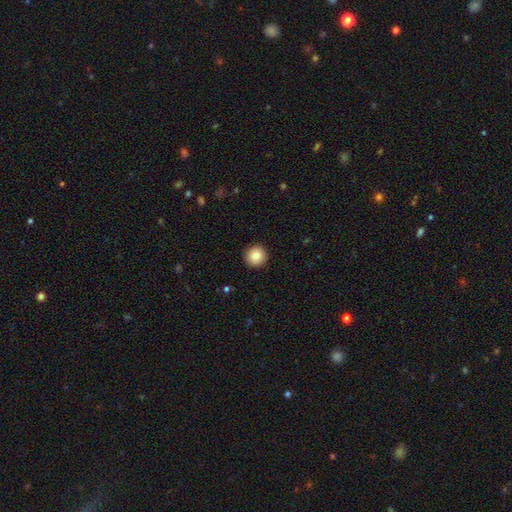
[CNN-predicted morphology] Q: Smooth or featured?
A: smooth (85%); runner-up: star or artifact (9%)
Q: How rounded?
A: round (94%); runner-up: in between (5%)
Q: Merging?
A: none (93%); runner-up: minor disturbance (5%)